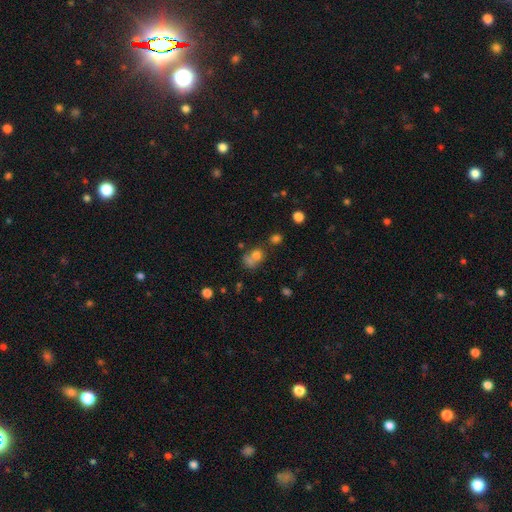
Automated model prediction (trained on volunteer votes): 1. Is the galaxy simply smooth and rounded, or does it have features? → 68% smooth, 17% star or artifact, 14% featured or disk.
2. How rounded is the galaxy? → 64% round, 35% in between, 2% cigar-shaped.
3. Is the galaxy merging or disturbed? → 44% merger, 37% none, 11% minor disturbance, 8% major disturbance.